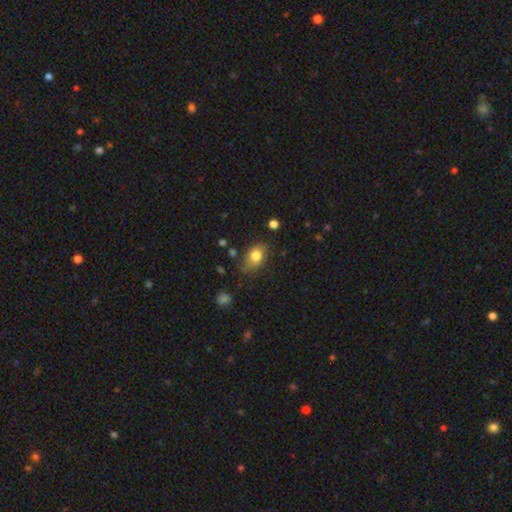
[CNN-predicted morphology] A smooth galaxy with no disk features (79%) that is in between round and cigar-shaped (76%).

Vote fractions:
- Smooth or featured? smooth: 79% / featured or disk: 12% / star or artifact: 9%
- How rounded? in between: 76% / round: 22% / cigar-shaped: 2%
- Merging? none: 68% / minor disturbance: 24% / major disturbance: 6% / merger: 2%